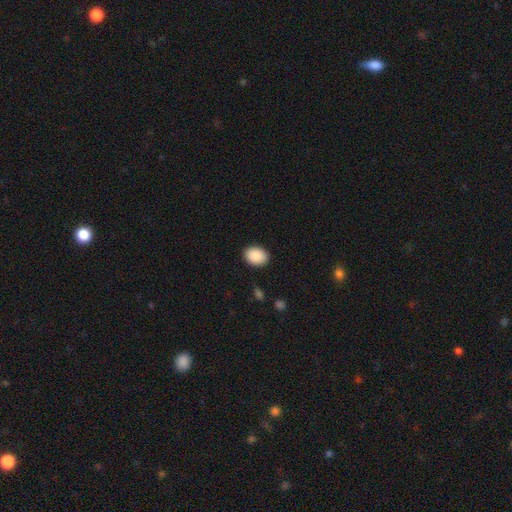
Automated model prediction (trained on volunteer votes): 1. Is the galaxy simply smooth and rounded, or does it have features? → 89% smooth, 7% star or artifact, 4% featured or disk.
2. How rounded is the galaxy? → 70% in between, 29% round, 1% cigar-shaped.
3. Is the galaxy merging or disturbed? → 89% none, 8% minor disturbance, 2% major disturbance, 1% merger.